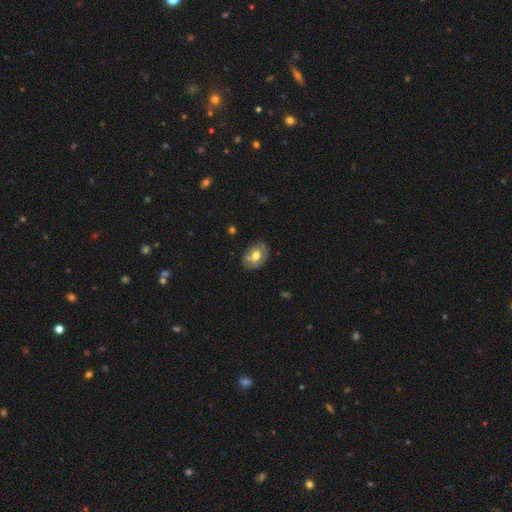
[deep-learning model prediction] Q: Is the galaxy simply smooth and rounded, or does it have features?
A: smooth — 58%.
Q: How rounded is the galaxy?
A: in between — 70%.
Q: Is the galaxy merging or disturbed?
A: none — 65%.